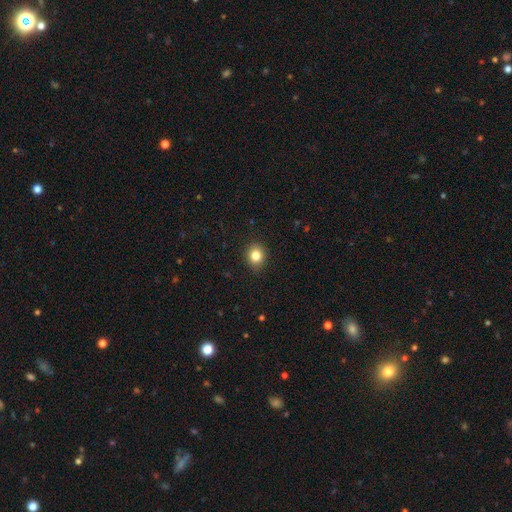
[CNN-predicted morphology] Smooth or featured: smooth — 83% (star or artifact — 11%)
How rounded: round — 70% (in between — 29%)
Merging: none — 90% (minor disturbance — 7%)